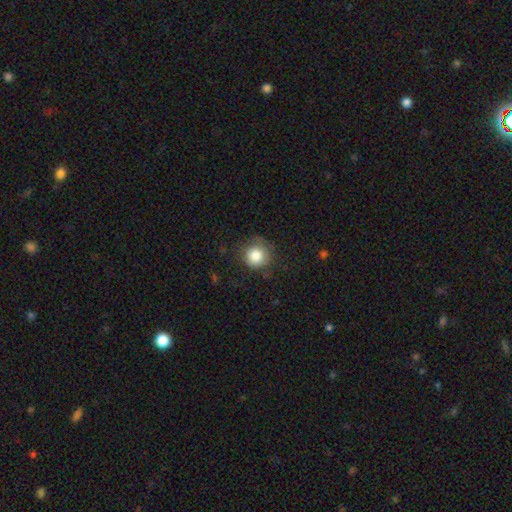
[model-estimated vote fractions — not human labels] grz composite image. It shows a smooth galaxy with no disk features (84%) that is round (93%). Merging: none (73%).